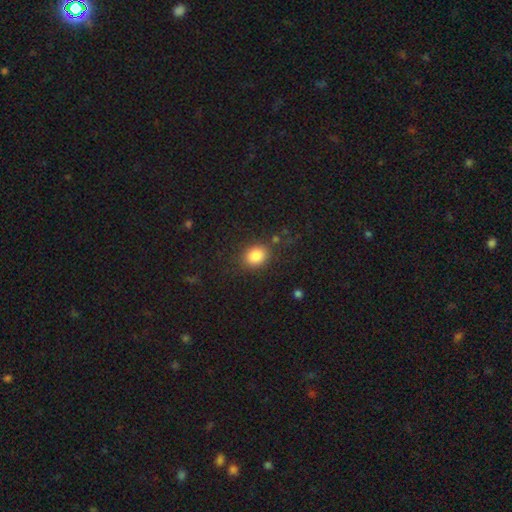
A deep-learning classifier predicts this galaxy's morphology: Smooth or featured? smooth (85%)
How rounded? round (50%)
Merging? none (81%)